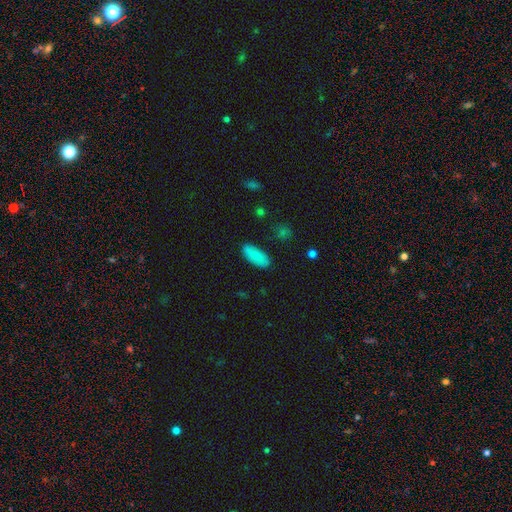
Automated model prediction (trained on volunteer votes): Smooth or featured? Predicted: smooth (p=0.84). How rounded? Predicted: in between (p=0.82). Merging? Predicted: none (p=0.85).